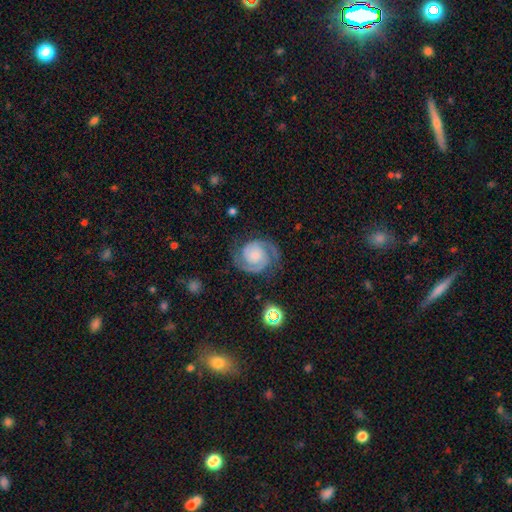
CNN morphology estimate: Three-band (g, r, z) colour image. It shows a featured or disk galaxy (88%) with no bar (72%), 2 (92%) tight (53%) spiral arms (98%) and a small central bulge (44%). Merging: none (78%).